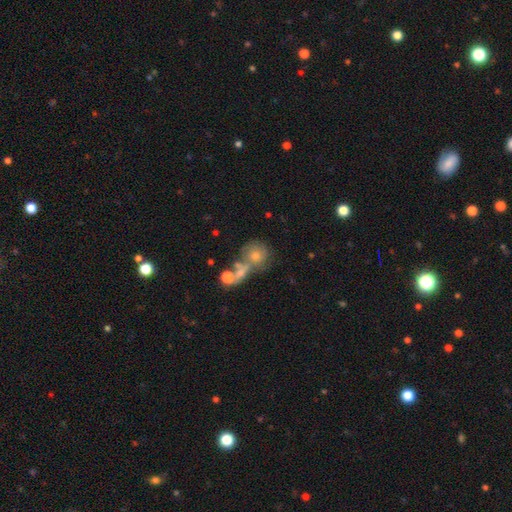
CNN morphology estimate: A smooth galaxy with no disk features (61%) that is round (80%). Merging: merger (44%).